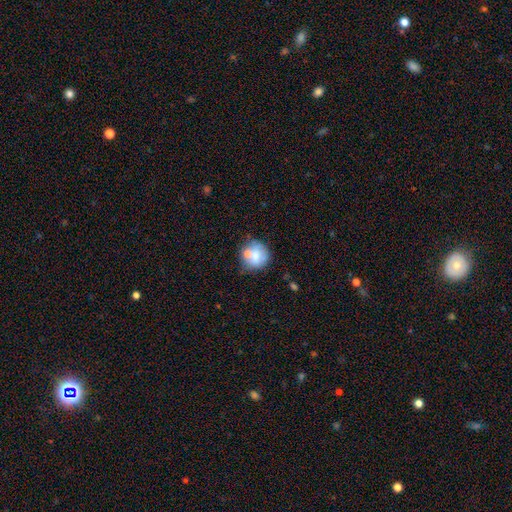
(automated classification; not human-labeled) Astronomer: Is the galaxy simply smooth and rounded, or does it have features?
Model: smooth — 65%.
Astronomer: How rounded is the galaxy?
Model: round — 84%.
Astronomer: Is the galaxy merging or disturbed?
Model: none — 55%.